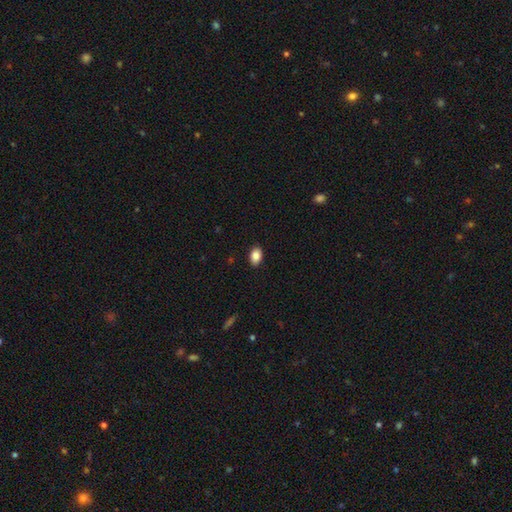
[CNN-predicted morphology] This is clearly a smooth galaxy (87%). How rounded: clearly in between (87%). Merging: clearly none (89%).